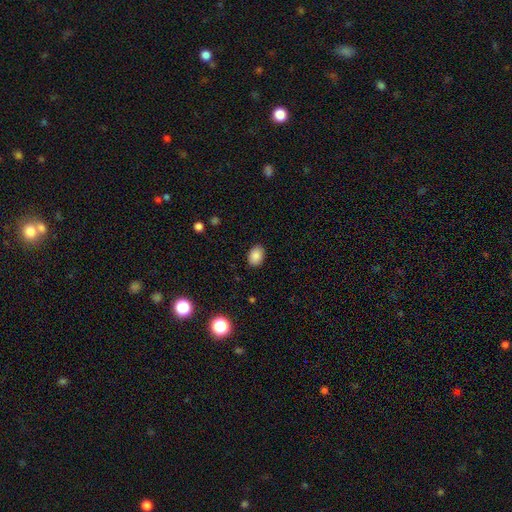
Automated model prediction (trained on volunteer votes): smooth 86%, star or artifact 9%, featured or disk 5%. Down the decision tree: how rounded — in between (77%); merging — none (88%).